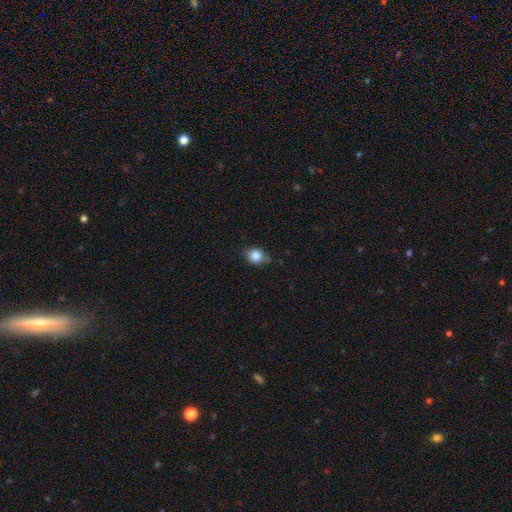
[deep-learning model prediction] This appears to be a smooth galaxy with no disk features (83%) that is round (61%). Merging: none (70%).